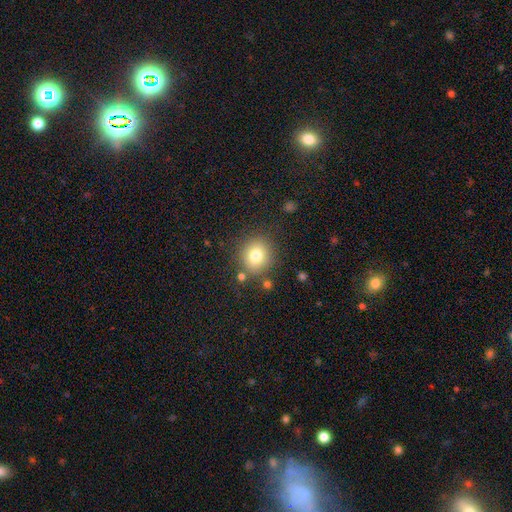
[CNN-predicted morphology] Smooth or featured? Predicted: smooth (p=0.77). How rounded? Predicted: round (p=0.86). Merging? Predicted: none (p=0.83).